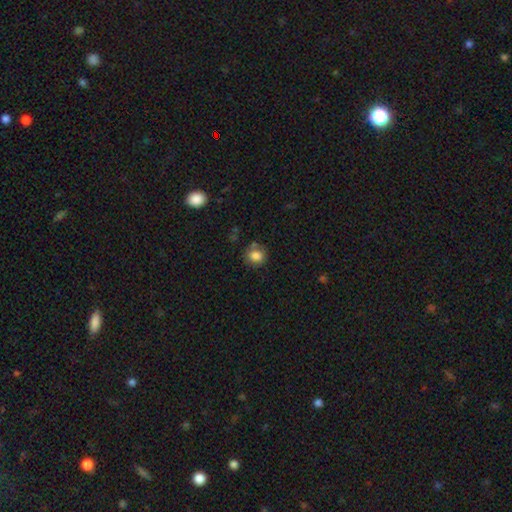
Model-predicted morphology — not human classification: The model was most divided on "merging": none: 72%, minor disturbance: 17%, merger: 6%, major disturbance: 5%. More confident: smooth or featured — smooth (83%); how rounded — round (77%).